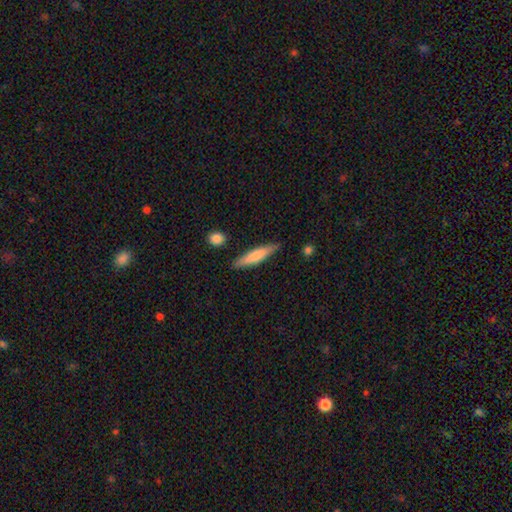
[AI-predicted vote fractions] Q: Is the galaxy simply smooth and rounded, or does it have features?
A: smooth — 69%.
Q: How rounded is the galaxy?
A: cigar-shaped — 86%.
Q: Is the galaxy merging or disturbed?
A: none — 86%.